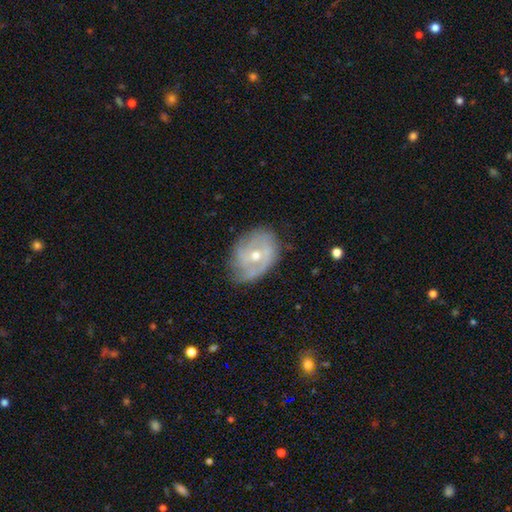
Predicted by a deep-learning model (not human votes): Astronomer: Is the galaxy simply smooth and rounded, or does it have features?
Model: featured or disk — 73%.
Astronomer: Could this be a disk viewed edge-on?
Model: no — 96%.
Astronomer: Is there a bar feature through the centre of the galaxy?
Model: no — 56% (runner-up: weak, 36%).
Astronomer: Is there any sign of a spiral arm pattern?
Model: yes — 82%.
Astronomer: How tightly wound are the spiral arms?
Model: tight — 47% (runner-up: medium, 36%).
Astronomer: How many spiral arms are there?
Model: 2 — 38% (runner-up: can't tell, 35%).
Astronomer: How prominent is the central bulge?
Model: moderate — 60% (runner-up: small, 36%).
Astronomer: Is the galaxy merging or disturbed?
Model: none — 63%.